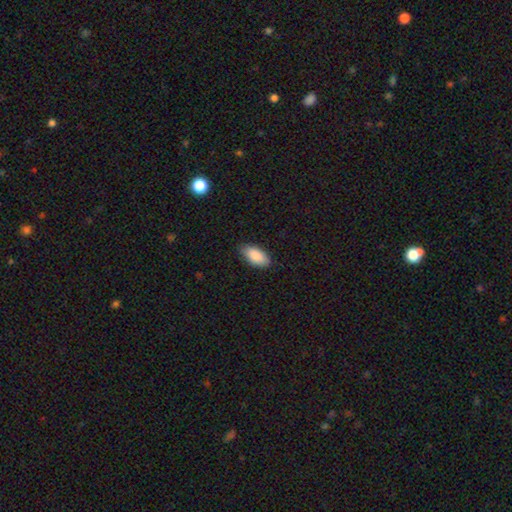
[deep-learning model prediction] smooth 89%, star or artifact 6%, featured or disk 5%. Down the decision tree: how rounded — in between (93%); merging — none (82%).